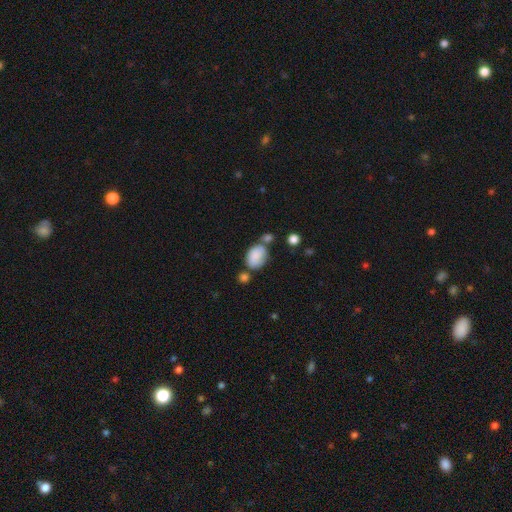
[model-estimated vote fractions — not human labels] Smooth or featured? Predicted: smooth (p=0.84). How rounded? Predicted: in between (p=0.84). Merging? Predicted: none (p=0.42).